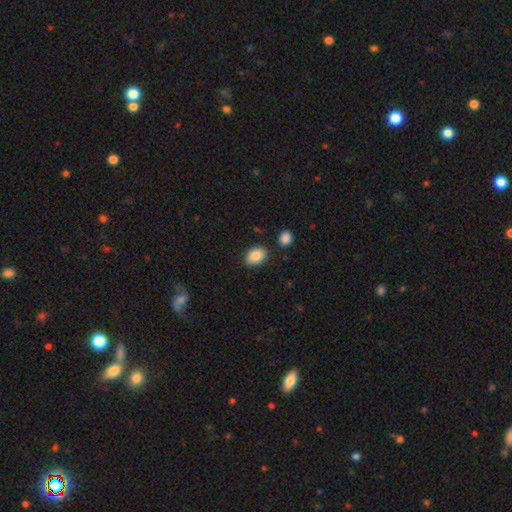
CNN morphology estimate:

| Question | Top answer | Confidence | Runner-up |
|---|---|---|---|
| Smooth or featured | smooth | 89% | star or artifact (7%) |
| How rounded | in between | 85% | round (14%) |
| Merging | none | 83% | minor disturbance (11%) |